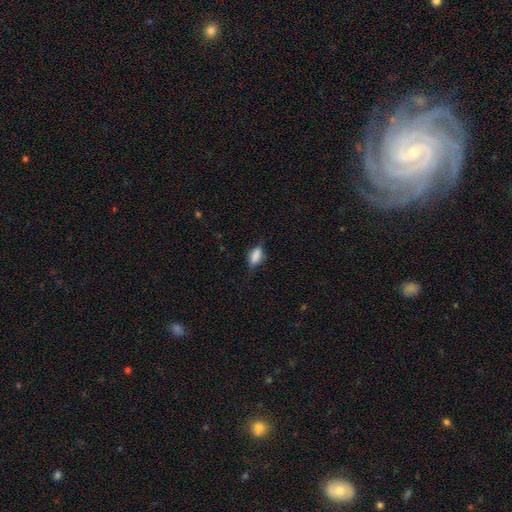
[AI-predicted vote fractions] smooth-or-featured: smooth: 77% | featured or disk: 15% | star or artifact: 8%
  how-rounded: in between: 78% | cigar-shaped: 17% | round: 5%
  merging: none: 69% | minor disturbance: 23% | major disturbance: 6% | merger: 1%